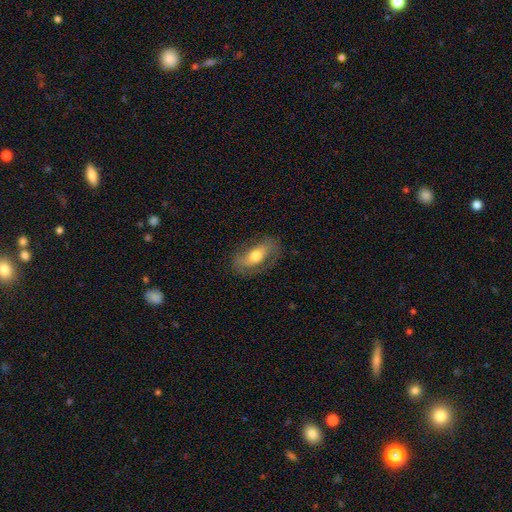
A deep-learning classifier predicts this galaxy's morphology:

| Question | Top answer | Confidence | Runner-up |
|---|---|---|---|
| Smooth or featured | featured or disk | 53% | smooth (41%) |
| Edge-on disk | no | 85% | yes (15%) |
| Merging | none | 76% | minor disturbance (16%) |